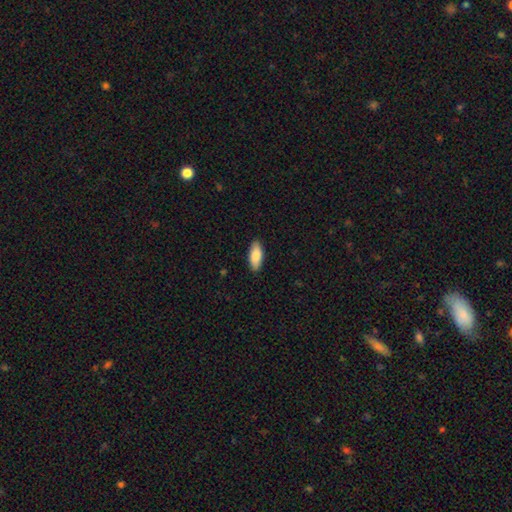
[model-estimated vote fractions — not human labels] Smooth or featured? smooth (87%)
How rounded? in between (82%)
Merging? none (89%)